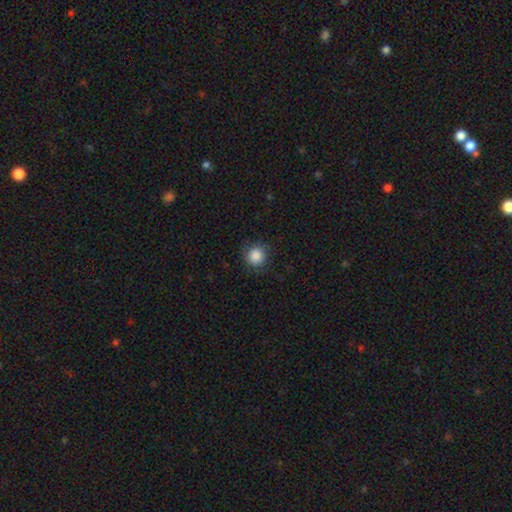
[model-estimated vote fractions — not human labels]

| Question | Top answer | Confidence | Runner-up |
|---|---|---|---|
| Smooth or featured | smooth | 86% | star or artifact (9%) |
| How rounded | round | 93% | in between (6%) |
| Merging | none | 84% | minor disturbance (12%) |